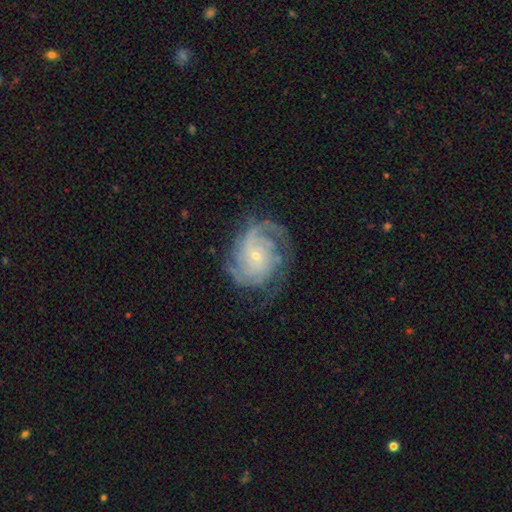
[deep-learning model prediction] Morphology: type=featured or disk (88%); edge-on=no (98%); bar=no (72%); spiral arms=yes (97%); winding=tight (58%); arm count=2 (26%); bulge=small (79%); merging=none (67%).